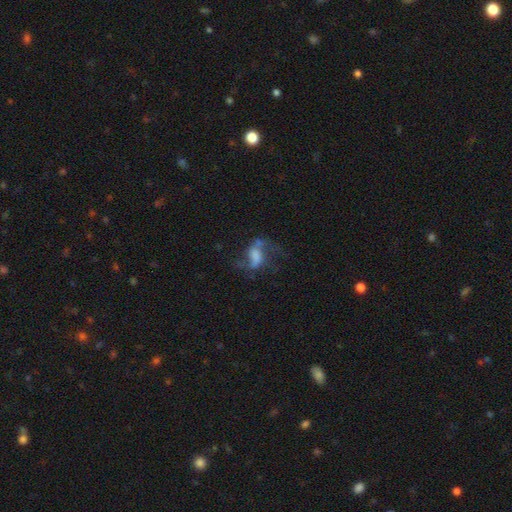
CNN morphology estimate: type=featured or disk (60%); edge-on=no (96%); bar=no (46%); spiral arms=yes (77%); bulge=none (33%); merging=none (39%).